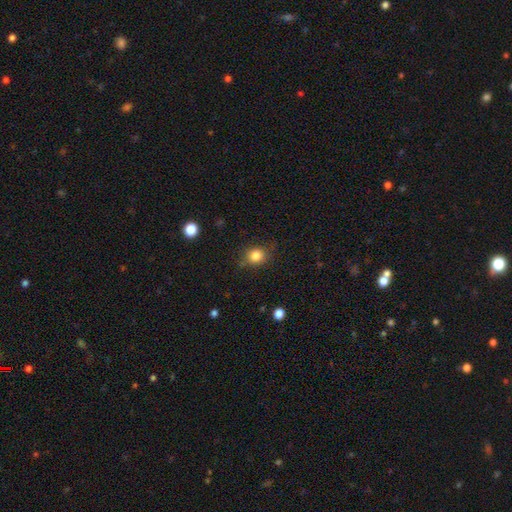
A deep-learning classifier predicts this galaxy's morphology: Q: Smooth or featured?
A: smooth (83%); runner-up: star or artifact (11%)
Q: How rounded?
A: round (72%); runner-up: in between (27%)
Q: Merging?
A: none (78%); runner-up: minor disturbance (16%)